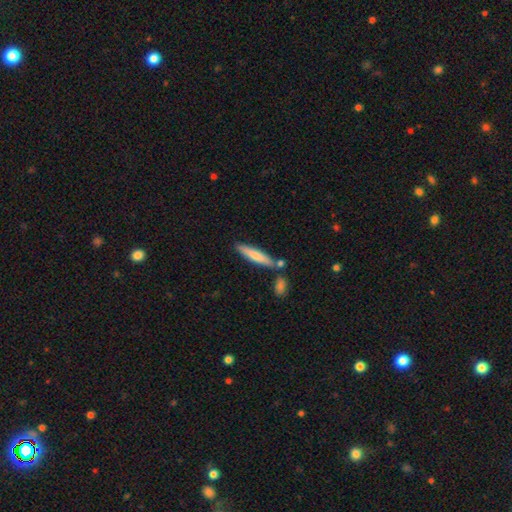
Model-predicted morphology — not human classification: Q: Smooth or featured?
A: smooth (72%); runner-up: featured or disk (23%)
Q: How rounded?
A: cigar-shaped (87%); runner-up: in between (12%)
Q: Merging?
A: none (74%); runner-up: merger (12%)